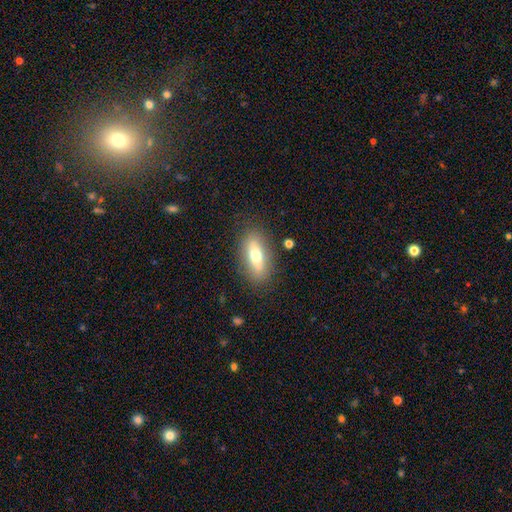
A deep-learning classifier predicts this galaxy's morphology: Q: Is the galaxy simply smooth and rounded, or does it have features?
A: smooth — 62%.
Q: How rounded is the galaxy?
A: in between — 75%.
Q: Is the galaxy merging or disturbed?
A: none — 84%.